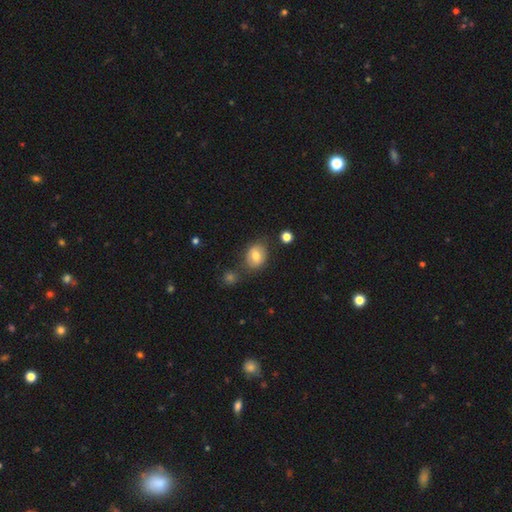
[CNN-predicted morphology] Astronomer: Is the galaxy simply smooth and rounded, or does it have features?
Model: smooth — 73%.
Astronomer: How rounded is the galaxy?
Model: in between — 58% (runner-up: round, 41%).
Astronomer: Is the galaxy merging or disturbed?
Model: none — 73%.